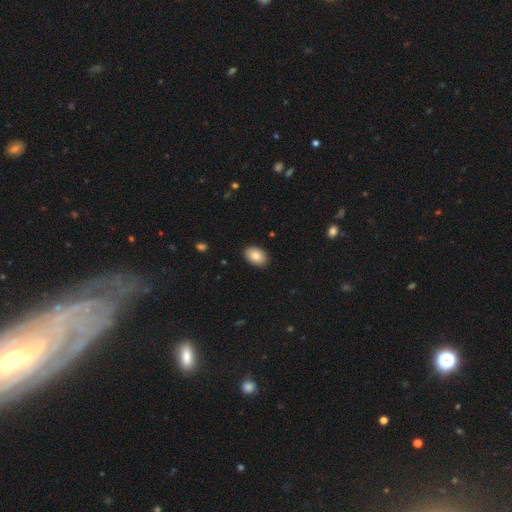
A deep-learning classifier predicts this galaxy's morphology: Smooth or featured: smooth — 87% (star or artifact — 7%)
How rounded: in between — 87% (round — 11%)
Merging: none — 89% (minor disturbance — 8%)